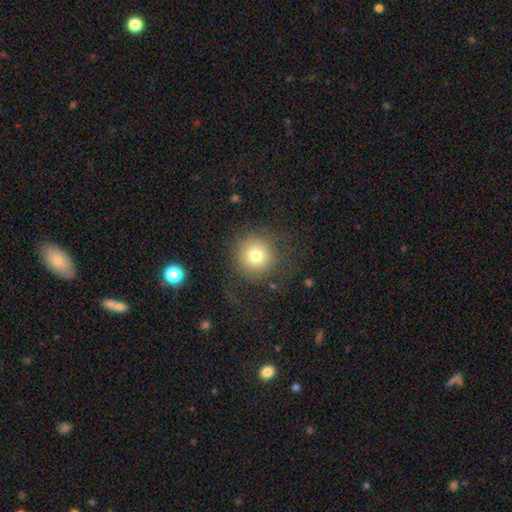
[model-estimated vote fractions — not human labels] Smooth or featured? smooth (74%)
How rounded? round (94%)
Merging? none (76%)